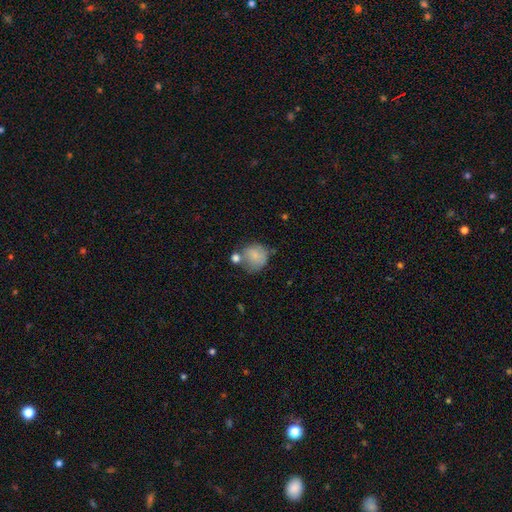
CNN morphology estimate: type=smooth (79%); roundness=round (78%); merging=none (44%).